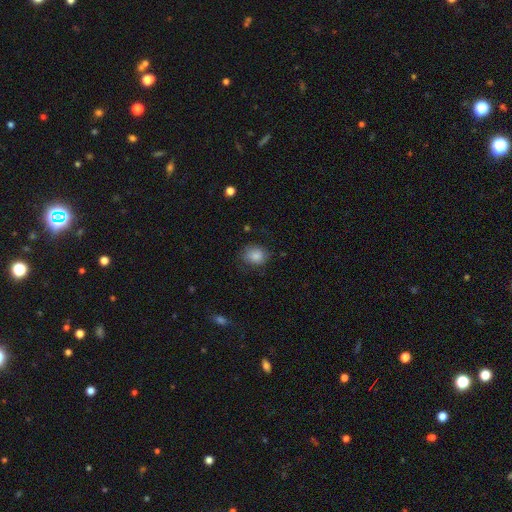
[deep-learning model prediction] Smooth or featured? smooth (85%)
How rounded? round (59%)
Merging? none (72%)